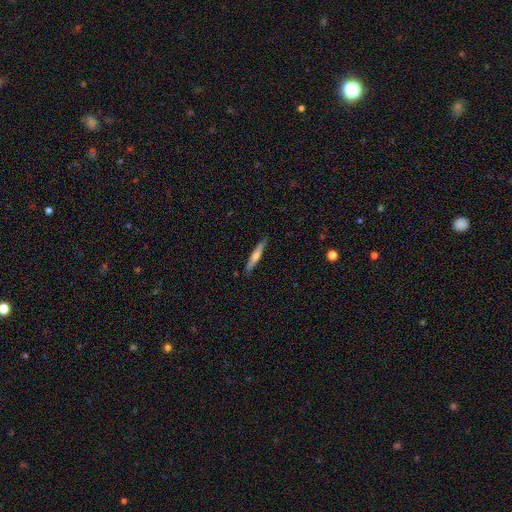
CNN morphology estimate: smooth-or-featured: featured or disk: 48% | smooth: 46% | star or artifact: 6%
  merging: none: 89% | minor disturbance: 8% | major disturbance: 2% | merger: 1%